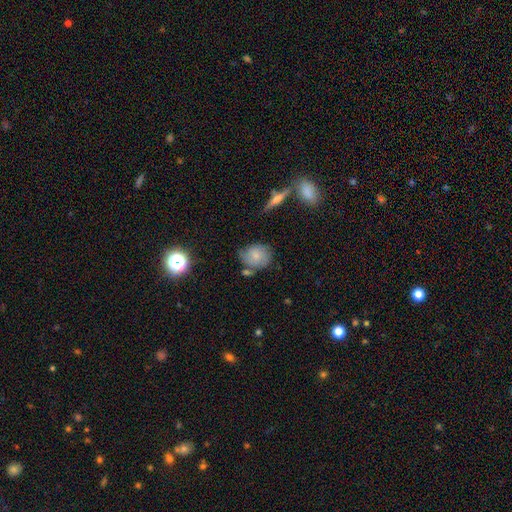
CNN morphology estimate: smooth 62%, featured or disk 29%, star or artifact 10%. Down the decision tree: how rounded — round (56%); merging — none (59%).